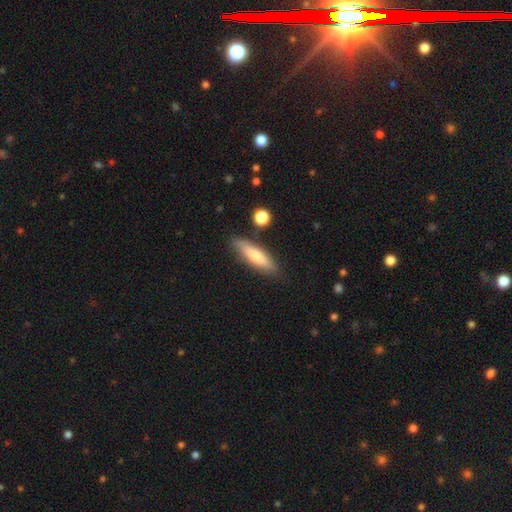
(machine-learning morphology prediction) Overall: smooth (70%). How rounded: cigar-shaped (68%; in between 30%). Merging: none (81%).